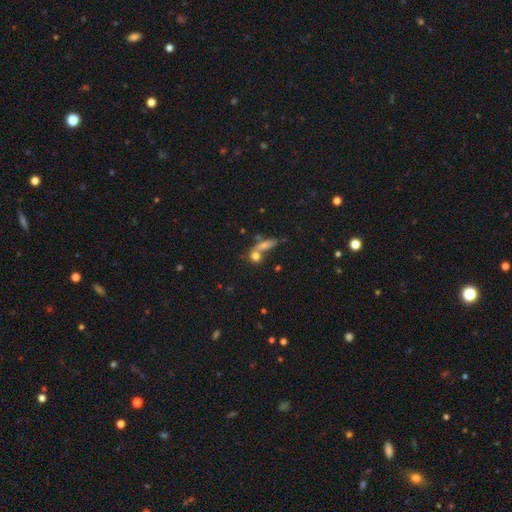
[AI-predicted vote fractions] Smooth or featured? Predicted: smooth (p=0.71). How rounded? Predicted: round (p=0.56). Merging? Predicted: none (p=0.42, tied with merger).